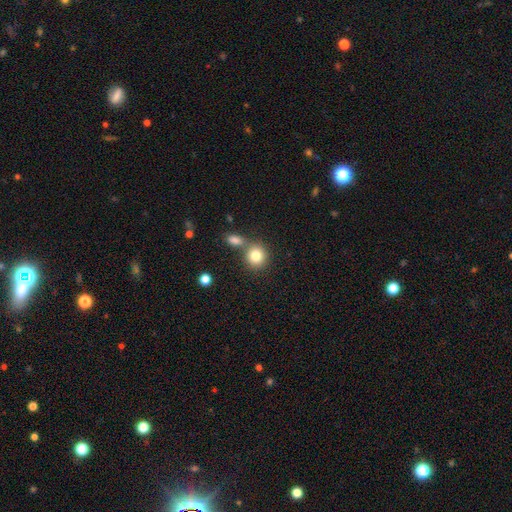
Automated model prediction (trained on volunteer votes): Q: Smooth or featured?
A: smooth (81%); runner-up: star or artifact (10%)
Q: How rounded?
A: round (86%); runner-up: in between (13%)
Q: Merging?
A: none (61%); runner-up: merger (27%)